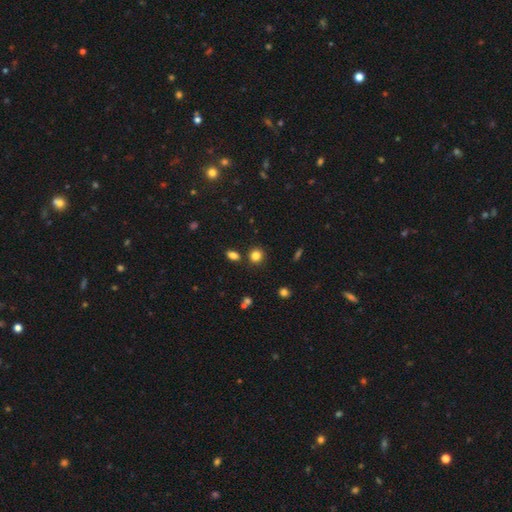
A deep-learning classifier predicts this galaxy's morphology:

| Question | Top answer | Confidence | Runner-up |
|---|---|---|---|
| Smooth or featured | smooth | 83% | star or artifact (13%) |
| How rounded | round | 81% | in between (18%) |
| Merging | none | 82% | minor disturbance (8%) |